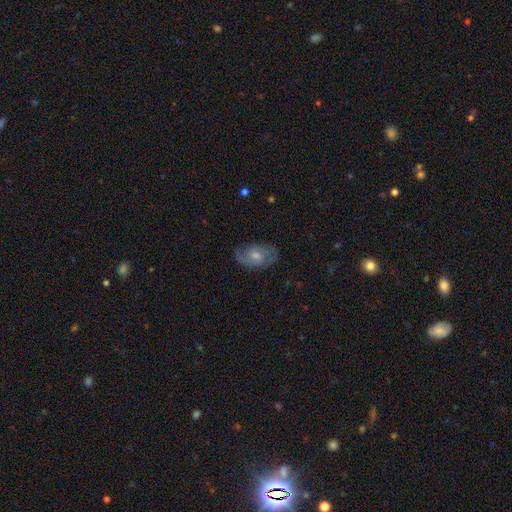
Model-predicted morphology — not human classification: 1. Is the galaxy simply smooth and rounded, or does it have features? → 71% featured or disk, 19% smooth, 9% star or artifact.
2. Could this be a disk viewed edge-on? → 95% no, 5% yes.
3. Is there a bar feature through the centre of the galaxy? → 65% no, 30% weak, 5% strong.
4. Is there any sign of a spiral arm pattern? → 88% yes, 12% no.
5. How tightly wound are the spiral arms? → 45% tight, 41% medium, 15% loose.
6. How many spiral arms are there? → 62% 2, 22% can't tell, 7% 1, 5% 3, 2% 4, 2% more than 4.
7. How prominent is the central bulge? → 53% moderate, 40% small, 3% large, 3% none, 1% dominant.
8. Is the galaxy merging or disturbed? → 77% none, 17% minor disturbance, 6% major disturbance, 1% merger.